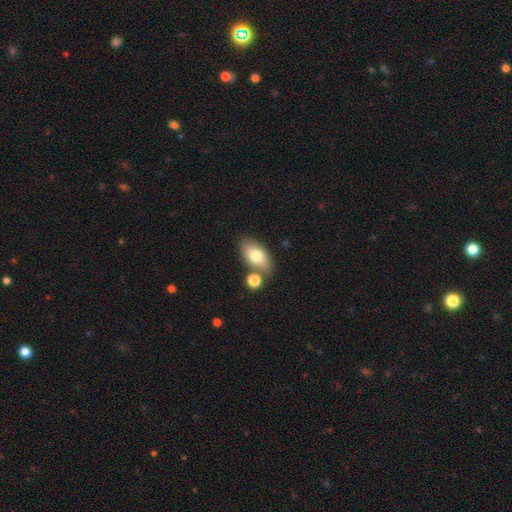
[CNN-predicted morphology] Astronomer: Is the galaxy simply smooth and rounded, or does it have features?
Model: smooth — 76%.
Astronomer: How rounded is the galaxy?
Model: in between — 91%.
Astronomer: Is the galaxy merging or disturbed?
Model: none — 72%.